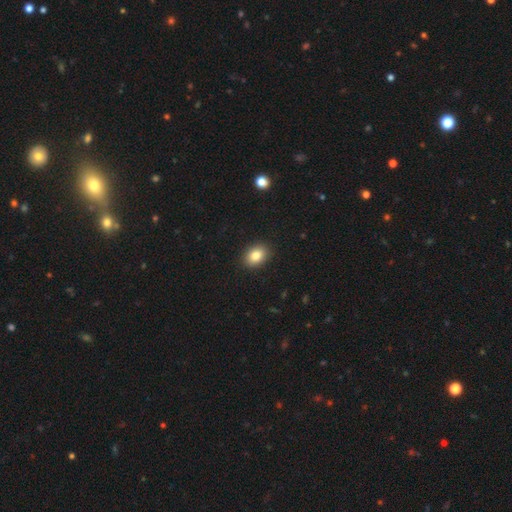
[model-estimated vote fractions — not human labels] smooth 85%, star or artifact 9%, featured or disk 7%. Down the decision tree: how rounded — in between (75%); merging — none (90%).